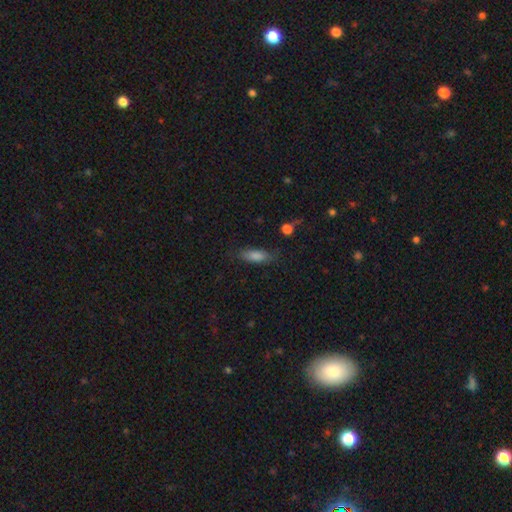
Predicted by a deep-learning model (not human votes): Smooth or featured?
  - smooth: 79% *
  - featured or disk: 11%
  - star or artifact: 10%
How rounded?
  - in between: 59% *
  - cigar-shaped: 39%
  - round: 3%
Merging?
  - none: 78% *
  - minor disturbance: 15%
  - major disturbance: 4%
  - merger: 2%